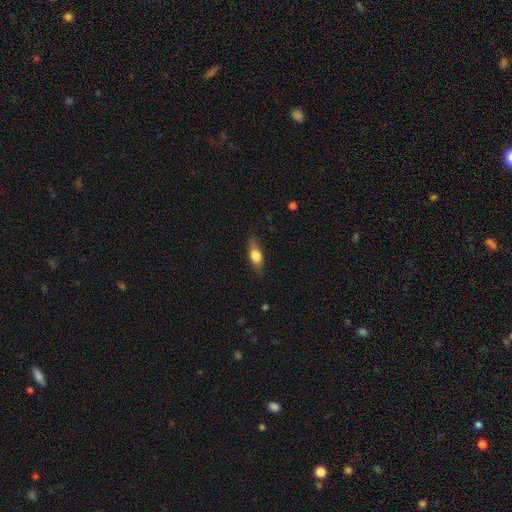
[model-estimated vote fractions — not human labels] Smooth or featured: smooth — 66% (featured or disk — 27%)
How rounded: in between — 69% (cigar-shaped — 26%)
Merging: none — 81% (minor disturbance — 14%)